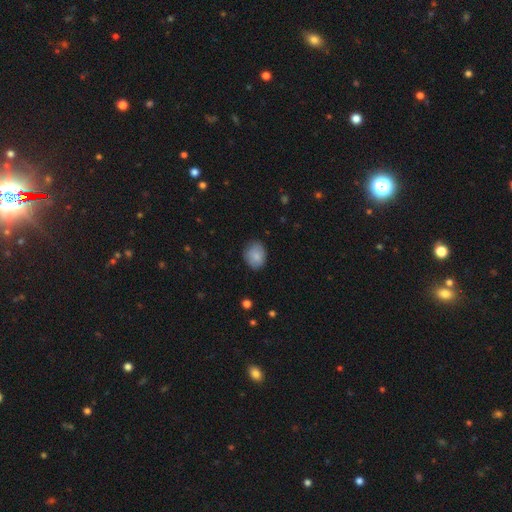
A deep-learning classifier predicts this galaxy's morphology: smooth_or_featured: smooth (p=0.85) [alt: featured or disk p=0.08]
how_rounded: in between (p=0.55) [alt: round p=0.44]
merging: none (p=0.78) [alt: minor disturbance p=0.17]